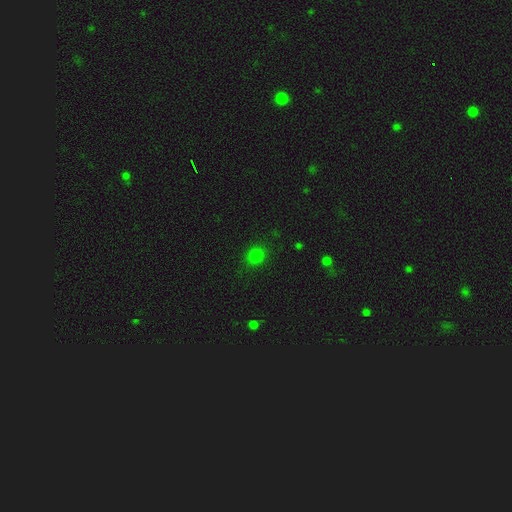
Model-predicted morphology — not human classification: Smooth or featured: smooth — 80% (star or artifact — 16%)
How rounded: round — 84% (in between — 15%)
Merging: none — 88% (minor disturbance — 8%)